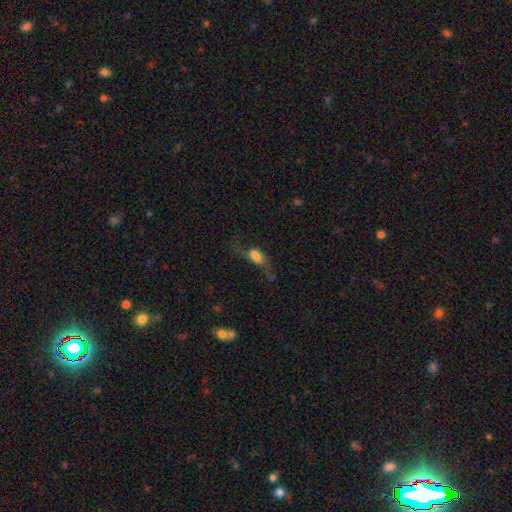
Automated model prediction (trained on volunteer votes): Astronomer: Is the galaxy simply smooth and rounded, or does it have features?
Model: smooth — 57%.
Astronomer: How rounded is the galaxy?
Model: in between — 72%.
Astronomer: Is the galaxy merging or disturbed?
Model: major disturbance — 37% (runner-up: none, 36%).